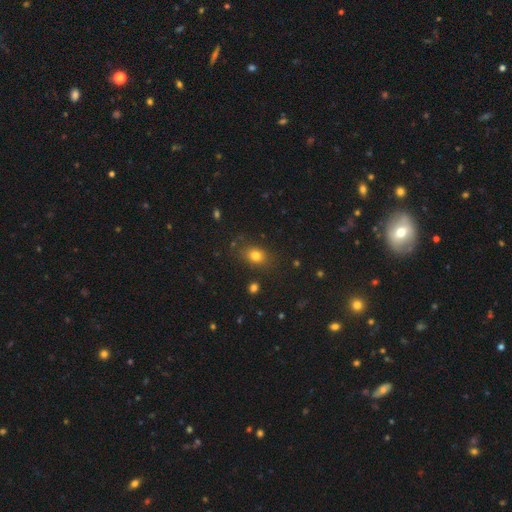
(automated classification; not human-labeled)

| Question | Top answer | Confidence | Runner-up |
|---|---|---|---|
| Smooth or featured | smooth | 77% | star or artifact (14%) |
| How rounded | in between | 61% | round (38%) |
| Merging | none | 78% | minor disturbance (14%) |